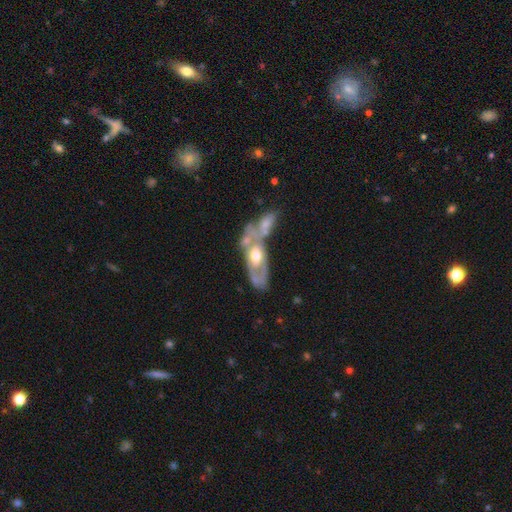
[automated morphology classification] featured or disk 70%, smooth 21%, star or artifact 8%. Down the decision tree: edge-on disk — no (79%); bar — no (81%); spiral arms — no (59%); bulge size — moderate (68%); merging — merger (58%).